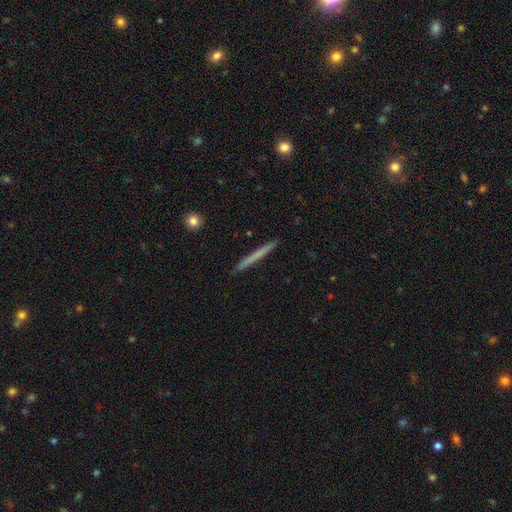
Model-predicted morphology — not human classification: Smooth or featured: smooth — 60% (featured or disk — 35%)
How rounded: cigar-shaped — 97% (in between — 2%)
Merging: none — 92% (minor disturbance — 6%)